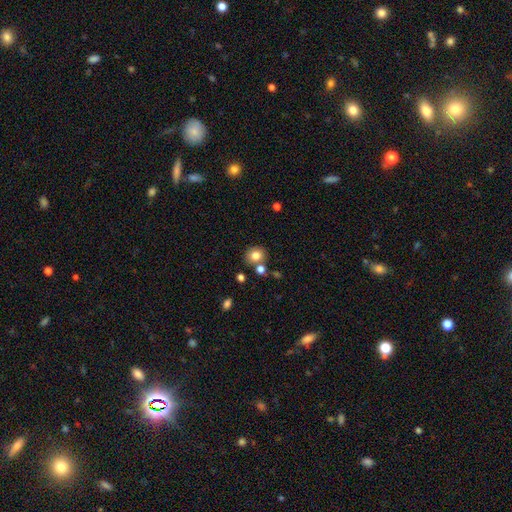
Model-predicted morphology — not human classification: Smooth or featured?
  - smooth: 80% *
  - star or artifact: 11%
  - featured or disk: 9%
How rounded?
  - round: 77% *
  - in between: 22%
  - cigar-shaped: 1%
Merging?
  - none: 73% *
  - merger: 14%
  - minor disturbance: 10%
  - major disturbance: 3%